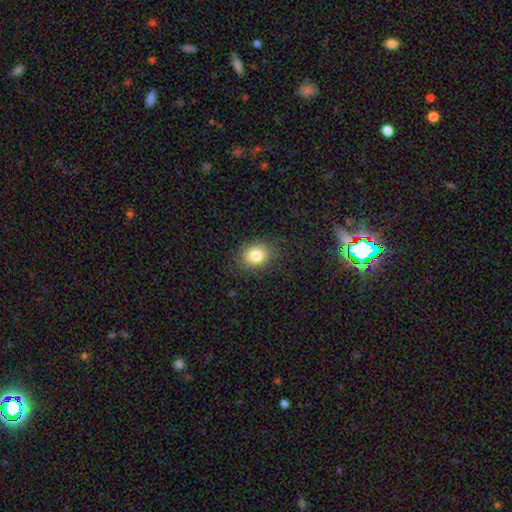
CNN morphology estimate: Smooth or featured: smooth — 81% (star or artifact — 11%)
How rounded: in between — 50% (round — 49%)
Merging: none — 85% (minor disturbance — 11%)